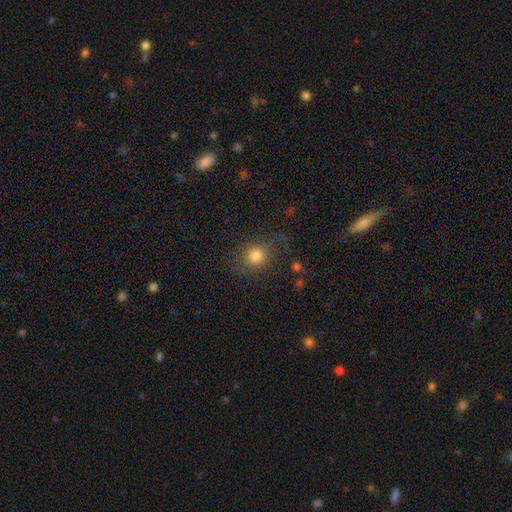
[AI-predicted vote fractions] A smooth galaxy with no disk features (76%) that is round (74%).

Vote fractions:
- Smooth or featured? smooth: 76% / featured or disk: 13% / star or artifact: 11%
- How rounded? round: 74% / in between: 24% / cigar-shaped: 1%
- Merging? none: 64% / minor disturbance: 19% / major disturbance: 14% / merger: 2%